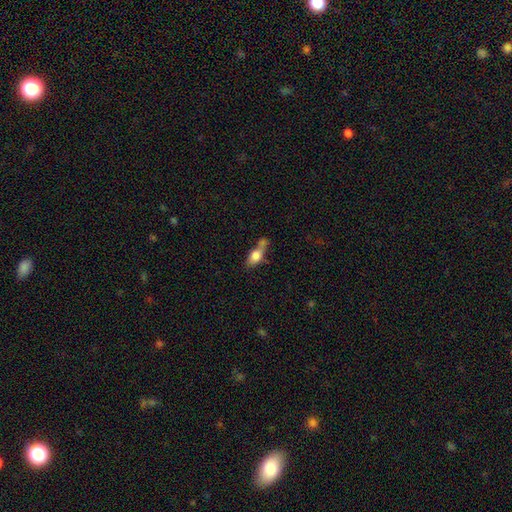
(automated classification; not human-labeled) A smooth galaxy with no disk features (75%) that is in between round and cigar-shaped (76%). Merging: merger (39%).